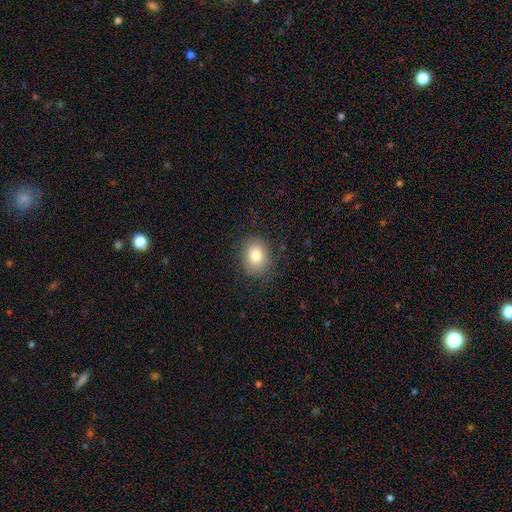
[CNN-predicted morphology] smooth_or_featured: smooth (p=0.79) [alt: featured or disk p=0.12]
how_rounded: round (p=0.50) [alt: in between p=0.49]
merging: none (p=0.81) [alt: minor disturbance p=0.13]